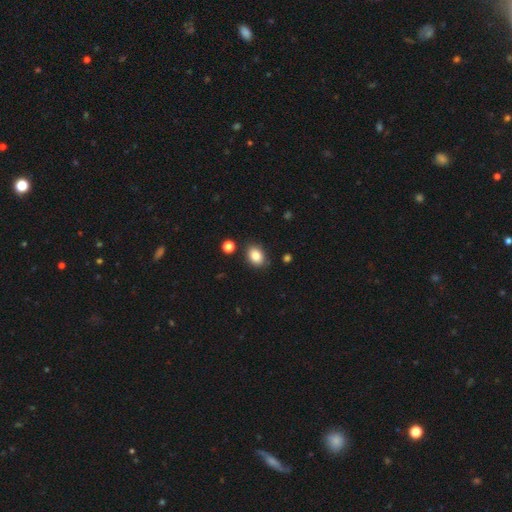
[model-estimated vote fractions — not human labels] A smooth galaxy with no disk features (84%) that is in between round and cigar-shaped (69%).

Vote fractions:
- Smooth or featured? smooth: 84% / star or artifact: 9% / featured or disk: 7%
- How rounded? in between: 69% / round: 30% / cigar-shaped: 1%
- Merging? none: 83% / minor disturbance: 11% / merger: 3% / major disturbance: 3%